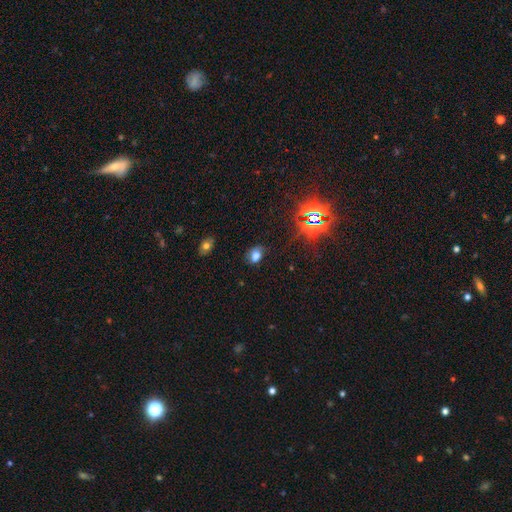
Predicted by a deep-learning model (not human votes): This is likely a smooth galaxy (67%). How rounded: likely in between (71%). Merging: likely none (70%).